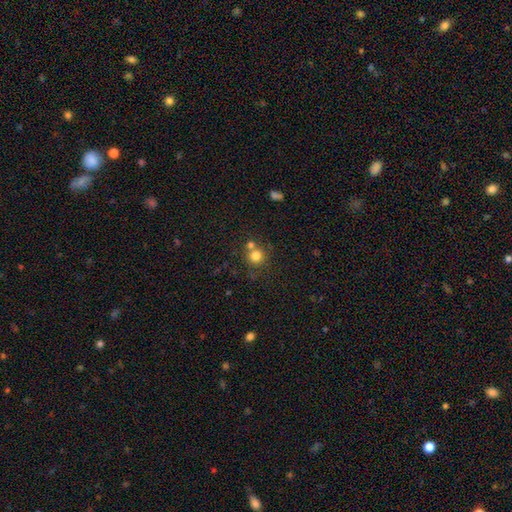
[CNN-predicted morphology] Smooth or featured? smooth (79%)
How rounded? round (92%)
Merging? none (61%)